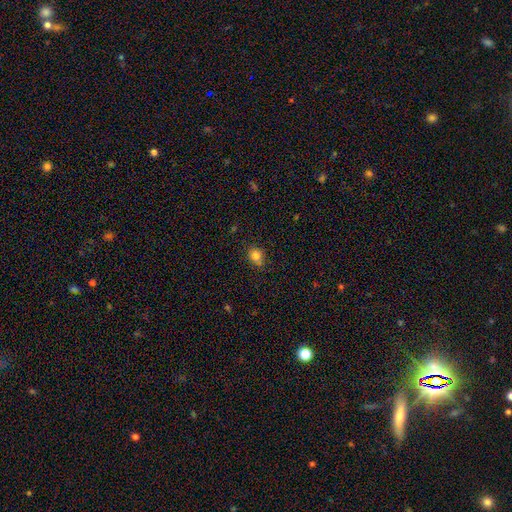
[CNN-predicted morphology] type=smooth (81%); roundness=round (61%); merging=none (72%).